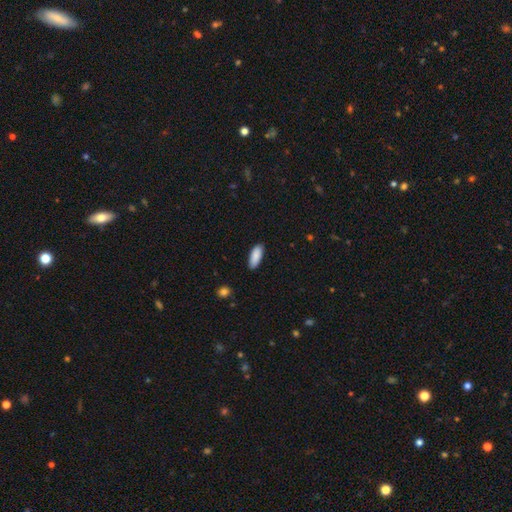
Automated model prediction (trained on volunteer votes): smooth 89%, star or artifact 6%, featured or disk 5%. Down the decision tree: how rounded — in between (76%); merging — none (87%).